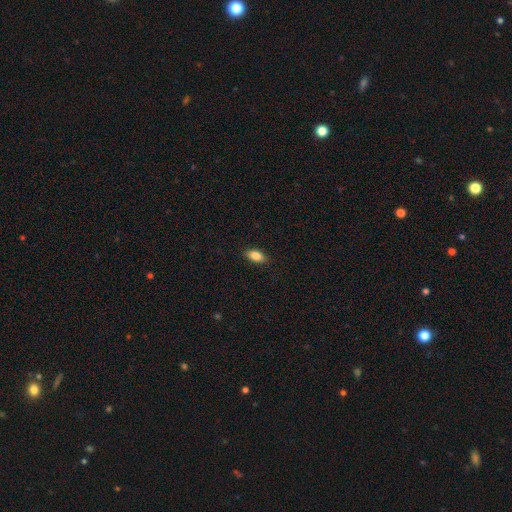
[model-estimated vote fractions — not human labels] smooth_or_featured: smooth (p=0.84) [alt: featured or disk p=0.09]
how_rounded: in between (p=0.88) [alt: cigar-shaped p=0.08]
merging: none (p=0.88) [alt: minor disturbance p=0.09]